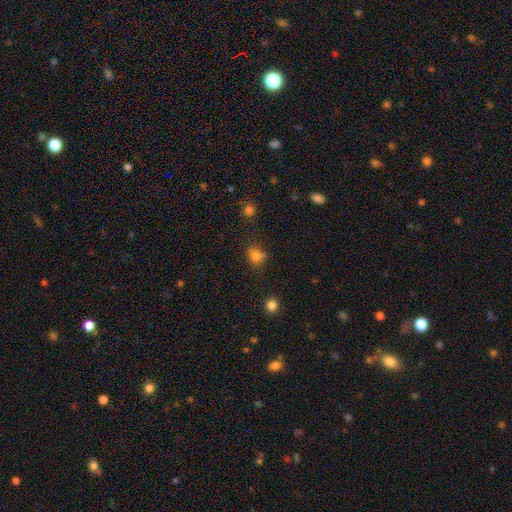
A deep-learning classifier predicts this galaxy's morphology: The model was most divided on "how rounded": round: 55%, in between: 43%, cigar-shaped: 2%. More confident: smooth or featured — smooth (76%); merging — none (62%).